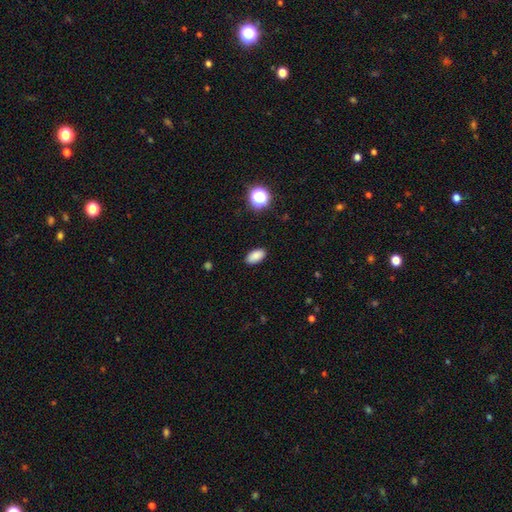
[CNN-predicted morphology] Q: Smooth or featured?
A: smooth (87%); runner-up: star or artifact (9%)
Q: How rounded?
A: in between (93%); runner-up: round (4%)
Q: Merging?
A: none (89%); runner-up: minor disturbance (8%)